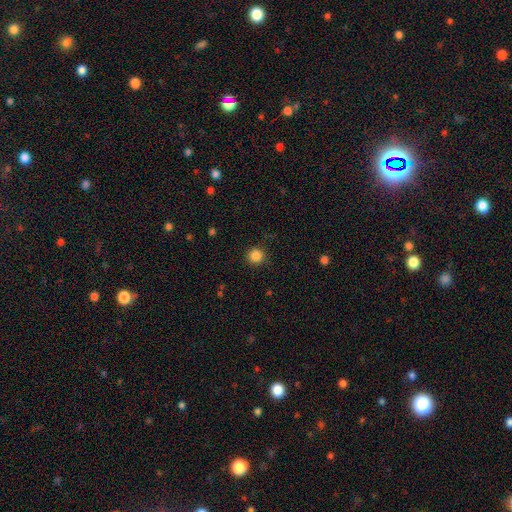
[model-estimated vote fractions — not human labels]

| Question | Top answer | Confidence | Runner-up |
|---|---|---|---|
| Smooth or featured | smooth | 85% | star or artifact (11%) |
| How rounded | round | 94% | in between (5%) |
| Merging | none | 90% | minor disturbance (7%) |